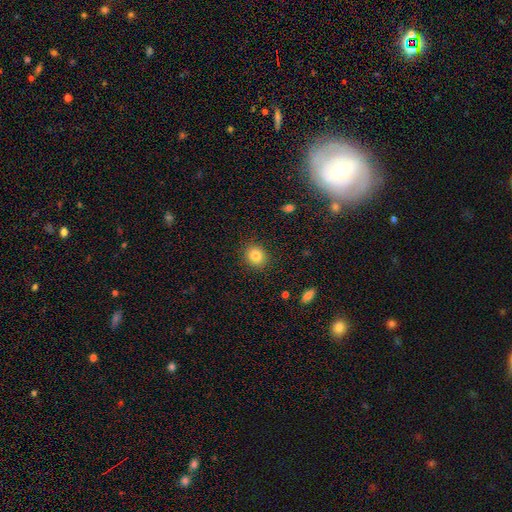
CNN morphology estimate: The model was most divided on "how rounded": round: 73%, in between: 26%, cigar-shaped: 1%. More confident: merging — none (90%); smooth or featured — smooth (83%).